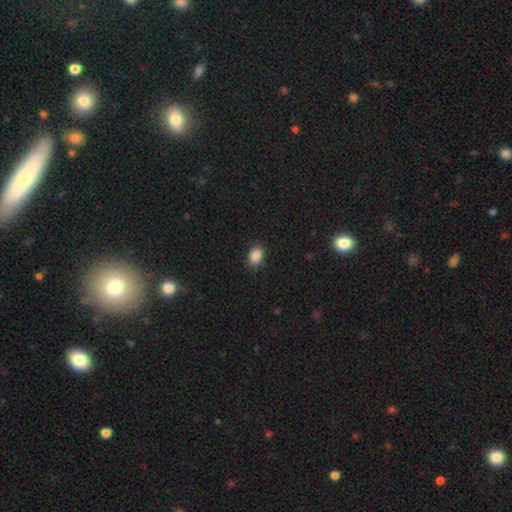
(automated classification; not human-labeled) Smooth or featured: smooth — 87% (star or artifact — 9%)
How rounded: in between — 70% (round — 28%)
Merging: none — 87% (minor disturbance — 9%)